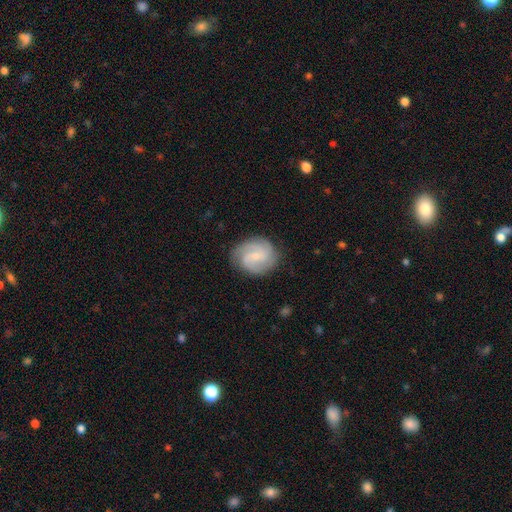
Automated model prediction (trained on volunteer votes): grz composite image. It shows a featured or disk galaxy (80%) with no bar (46%, tied with weak), 3 (38%) medium (46%) spiral arms (97%) and a small central bulge (72%). Merging: none (82%).